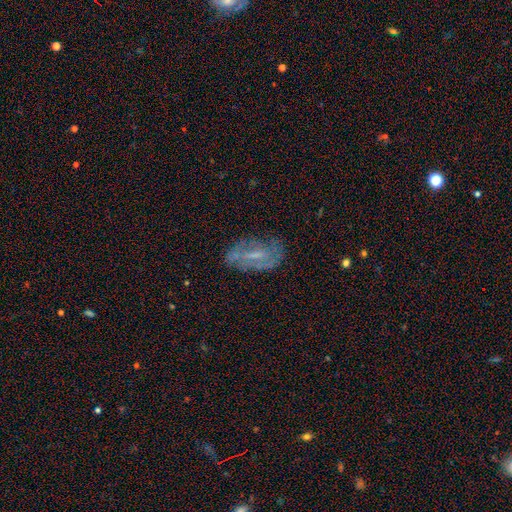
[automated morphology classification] Overall: featured or disk (59%; smooth 29%). Edge-on disk: no (91%). Bar: weak (44%; no 33%). Spiral arms: yes (58%; no 42%). Bulge size: small (41%; none 29%). Merging: none (62%).